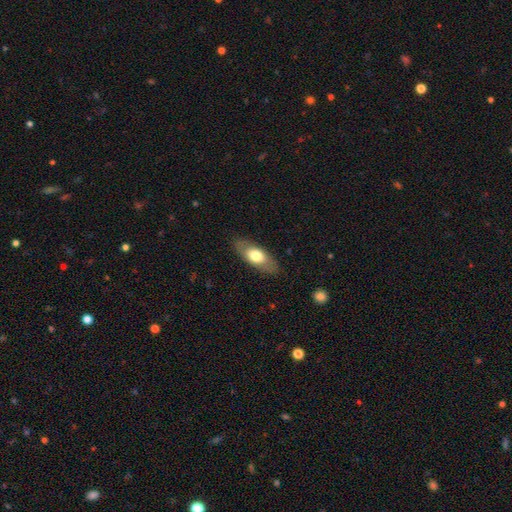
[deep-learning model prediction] This is likely a smooth galaxy (63%). How rounded: clearly in between (81%). Merging: clearly none (84%).